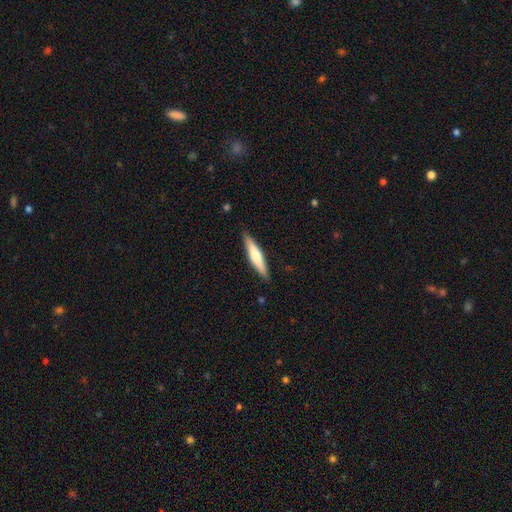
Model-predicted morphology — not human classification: A smooth galaxy with no disk features (55%) that is cigar-shaped (87%).

Vote fractions:
- Smooth or featured? smooth: 55% / featured or disk: 40% / star or artifact: 5%
- How rounded? cigar-shaped: 87% / in between: 12% / round: 1%
- Merging? none: 89% / minor disturbance: 9% / major disturbance: 2% / merger: 1%